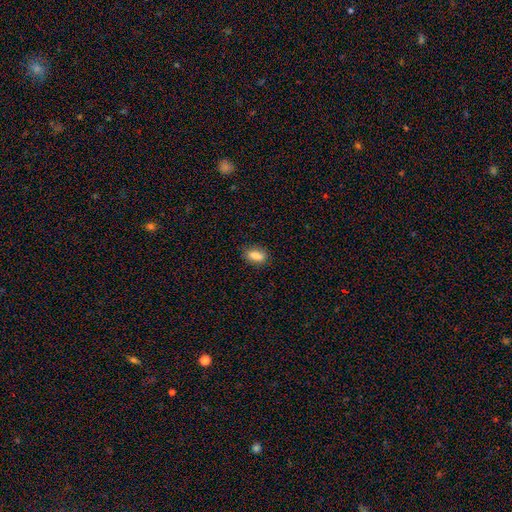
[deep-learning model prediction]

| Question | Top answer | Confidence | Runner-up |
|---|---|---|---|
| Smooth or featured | smooth | 84% | star or artifact (8%) |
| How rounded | in between | 82% | cigar-shaped (12%) |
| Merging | none | 84% | minor disturbance (12%) |